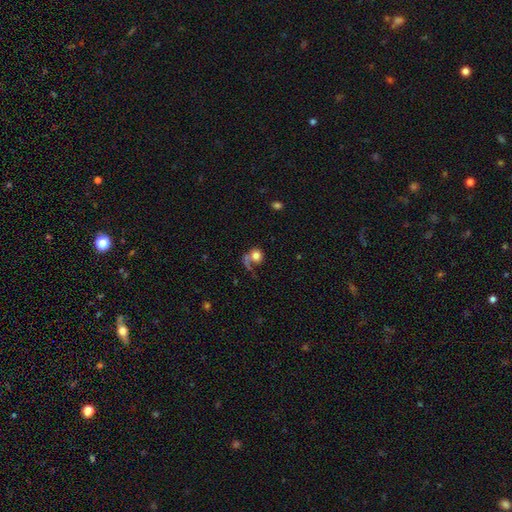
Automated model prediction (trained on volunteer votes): A smooth galaxy with no disk features (61%) that is round (76%). Merging: major disturbance (35%).